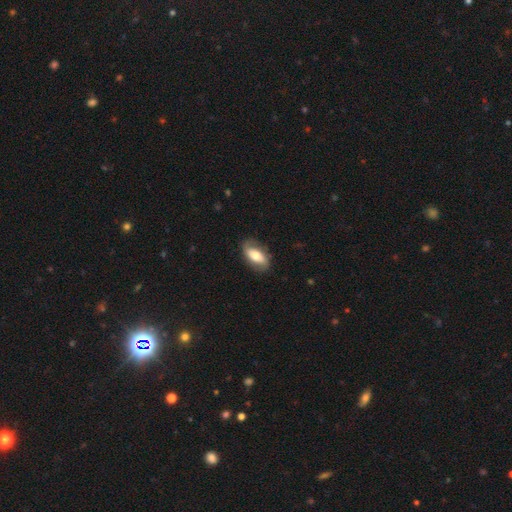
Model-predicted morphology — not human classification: Smooth or featured?
  - smooth: 50% *
  - featured or disk: 43%
  - star or artifact: 6%
How rounded?
  - in between: 88% *
  - cigar-shaped: 7%
  - round: 5%
Merging?
  - none: 79% *
  - minor disturbance: 15%
  - major disturbance: 5%
  - merger: 1%